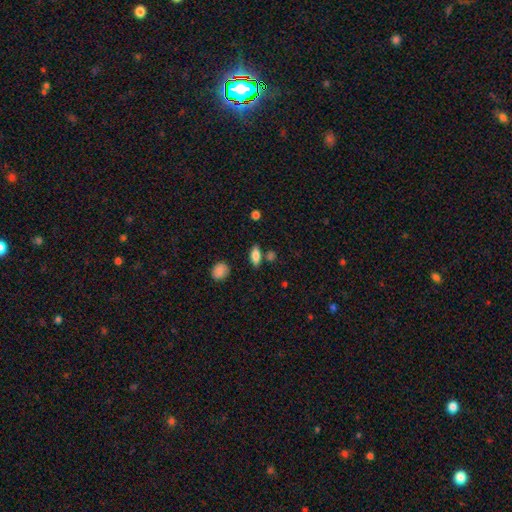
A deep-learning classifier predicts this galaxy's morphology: A smooth galaxy with no disk features (80%) that is in between round and cigar-shaped (79%).

Vote fractions:
- Smooth or featured? smooth: 80% / featured or disk: 12% / star or artifact: 8%
- How rounded? in between: 79% / cigar-shaped: 17% / round: 4%
- Merging? none: 75% / minor disturbance: 12% / merger: 9% / major disturbance: 3%